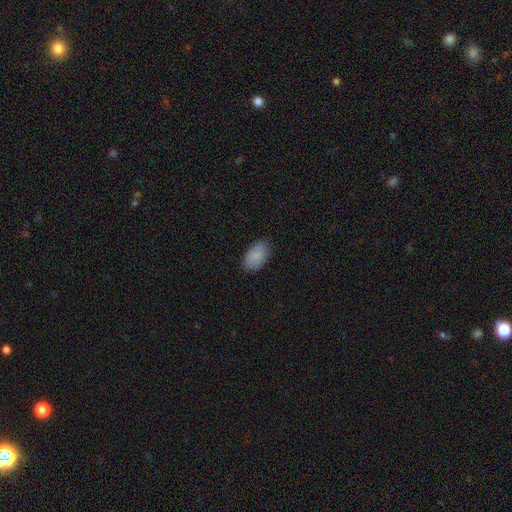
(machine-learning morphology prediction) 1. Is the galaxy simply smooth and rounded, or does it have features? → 87% smooth, 7% star or artifact, 6% featured or disk.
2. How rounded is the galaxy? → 93% in between, 6% round, 1% cigar-shaped.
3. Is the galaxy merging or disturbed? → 85% none, 11% minor disturbance, 2% major disturbance, 1% merger.